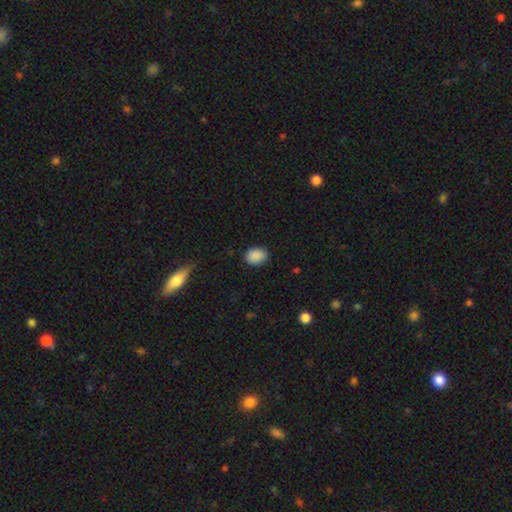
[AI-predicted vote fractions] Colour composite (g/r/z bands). It shows a smooth galaxy with no disk features (89%) that is in between round and cigar-shaped (62%). Merging: none (86%).